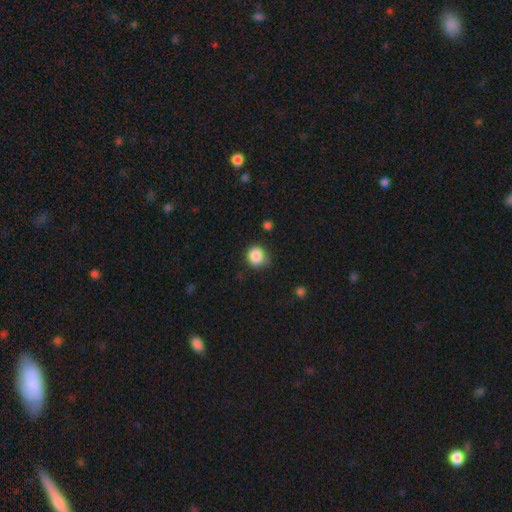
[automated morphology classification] Q: Smooth or featured?
A: smooth (87%); runner-up: star or artifact (10%)
Q: How rounded?
A: round (86%); runner-up: in between (13%)
Q: Merging?
A: none (71%); runner-up: minor disturbance (22%)